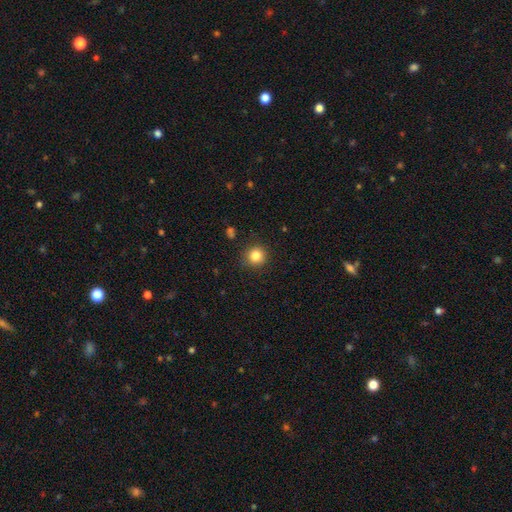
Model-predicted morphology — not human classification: type=smooth (83%); roundness=round (92%); merging=none (88%).